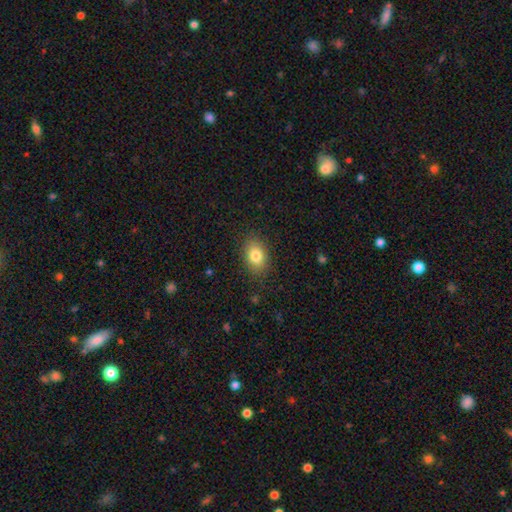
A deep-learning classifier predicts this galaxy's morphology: The model was most divided on "how rounded": in between: 80%, round: 18%, cigar-shaped: 2%. More confident: merging — none (85%); smooth or featured — smooth (81%).